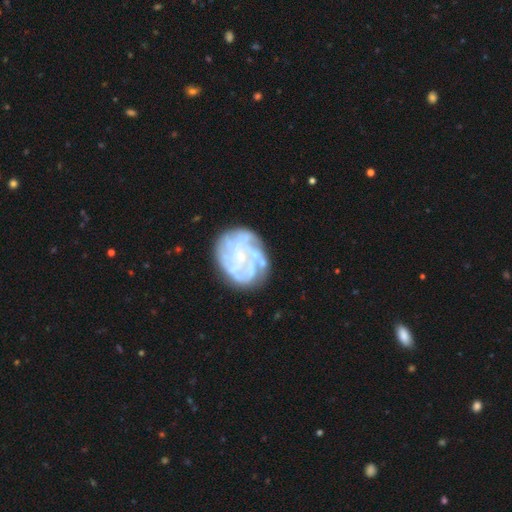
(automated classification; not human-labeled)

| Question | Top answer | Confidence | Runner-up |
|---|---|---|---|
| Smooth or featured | featured or disk | 81% | smooth (12%) |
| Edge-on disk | no | 98% | yes (2%) |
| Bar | no | 73% | weak (23%) |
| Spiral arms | yes | 88% | no (12%) |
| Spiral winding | tight | 55% | medium (32%) |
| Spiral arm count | can't tell | 29% | 4 (27%) |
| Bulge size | small | 63% | moderate (21%) |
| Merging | none | 66% | minor disturbance (19%) |